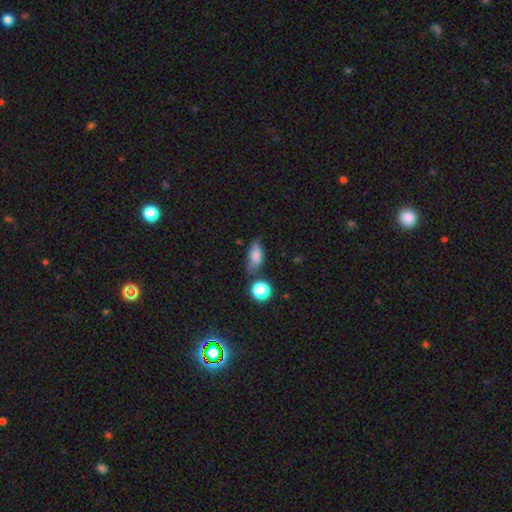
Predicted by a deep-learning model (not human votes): smooth-or-featured: smooth: 79% | featured or disk: 11% | star or artifact: 10%
  how-rounded: in between: 83% | round: 8% | cigar-shaped: 8%
  merging: none: 61% | minor disturbance: 23% | merger: 9% | major disturbance: 6%